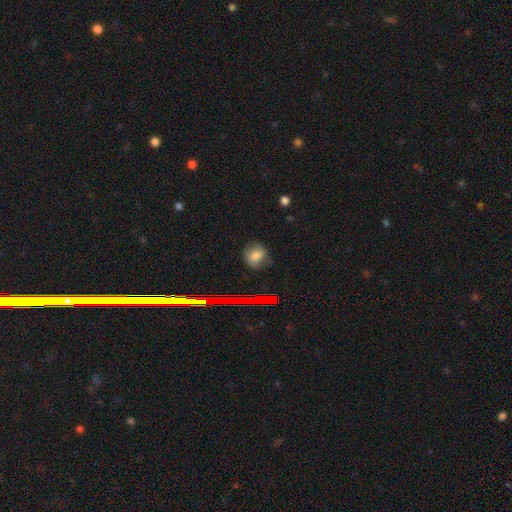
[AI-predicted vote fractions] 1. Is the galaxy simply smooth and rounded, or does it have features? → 71% smooth, 16% star or artifact, 14% featured or disk.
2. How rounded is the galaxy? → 78% round, 20% in between, 1% cigar-shaped.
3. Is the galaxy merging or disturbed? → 75% none, 18% minor disturbance, 5% major disturbance, 2% merger.